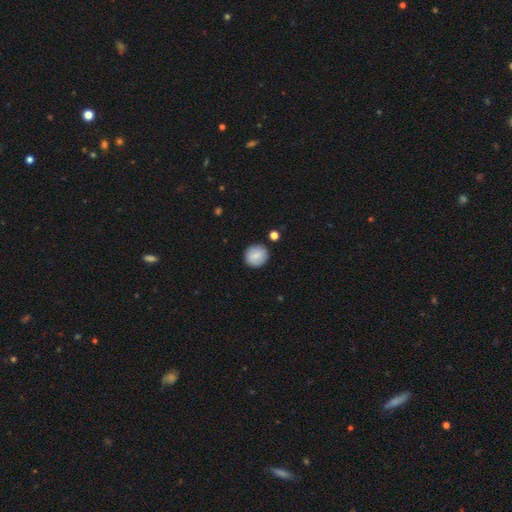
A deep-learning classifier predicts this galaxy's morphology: This is clearly a smooth galaxy (84%). How rounded: clearly round (86%). Merging: clearly none (87%).